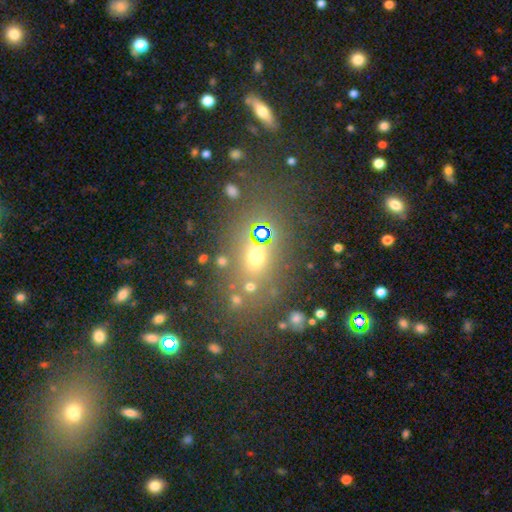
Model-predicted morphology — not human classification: Smooth or featured: smooth — 47% (star or artifact — 37%)
Merging: none — 65% (minor disturbance — 14%)